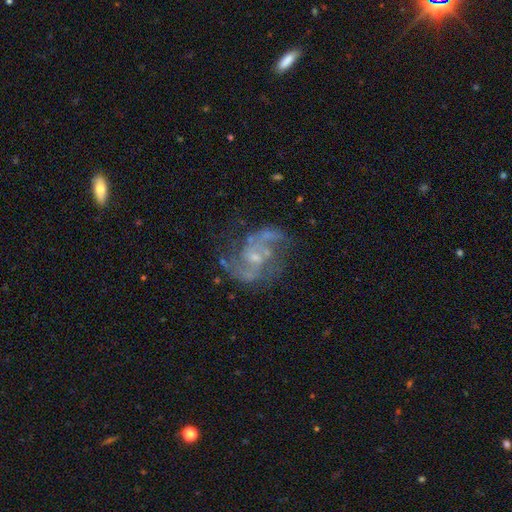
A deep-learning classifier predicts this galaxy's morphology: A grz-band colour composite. It shows a featured or disk galaxy (86%) with no bar (51%), 2 (77%) medium (50%) spiral arms (94%) and a small central bulge (64%). Merging: none (62%).